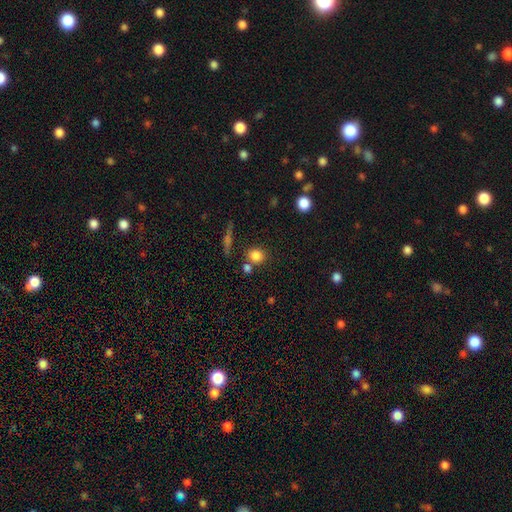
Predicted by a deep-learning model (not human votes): This is clearly a smooth galaxy (81%). How rounded: clearly round (84%). Merging: likely none (71%).